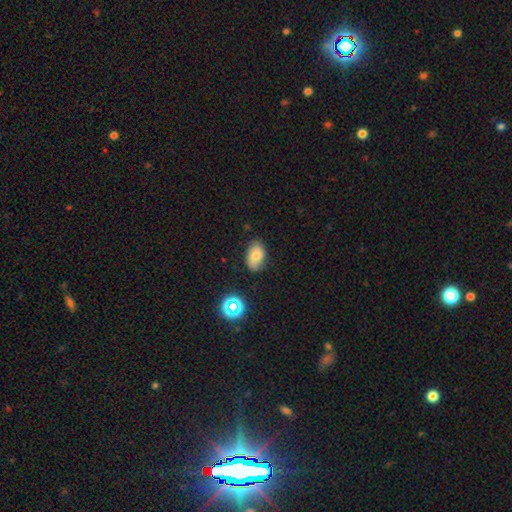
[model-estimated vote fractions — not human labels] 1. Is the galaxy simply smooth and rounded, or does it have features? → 72% smooth, 16% featured or disk, 12% star or artifact.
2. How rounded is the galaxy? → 88% in between, 10% round, 1% cigar-shaped.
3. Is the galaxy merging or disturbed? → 75% none, 20% minor disturbance, 4% major disturbance, 2% merger.